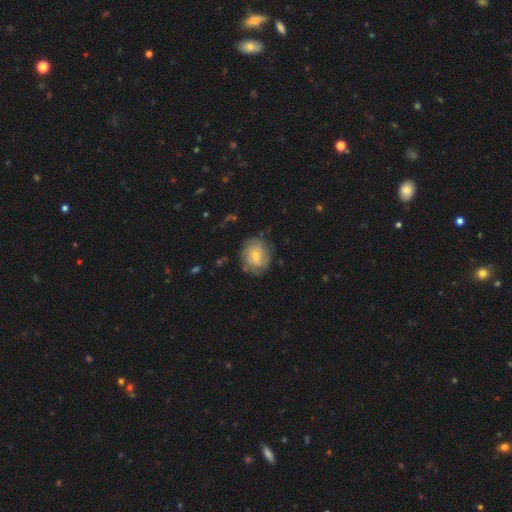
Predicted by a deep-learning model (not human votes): This is likely a featured or disk galaxy (62%). It is clearly not viewed edge-on (97%). Bar: possibly no (58%). Spiral arm pattern: clearly yes (86%). Spiral arm count: possibly can't tell (47%). Spiral winding: likely tight (64%). Central bulge: likely small (63%). Merging: likely none (75%).